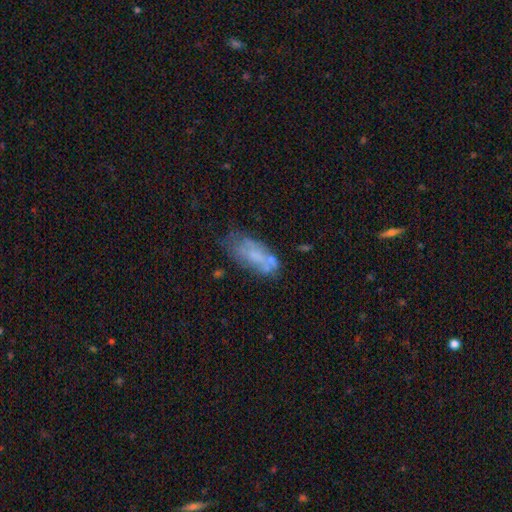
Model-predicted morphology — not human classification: smooth_or_featured: smooth (p=0.49) [alt: featured or disk p=0.41]
merging: none (p=0.46) [alt: minor disturbance p=0.26]